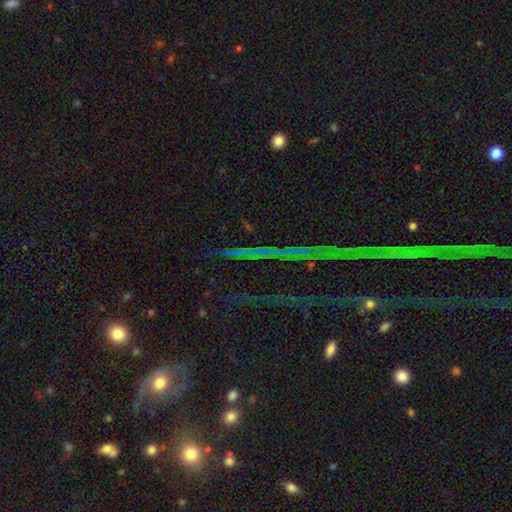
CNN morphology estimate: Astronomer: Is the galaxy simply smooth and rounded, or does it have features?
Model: star or artifact — 77%.